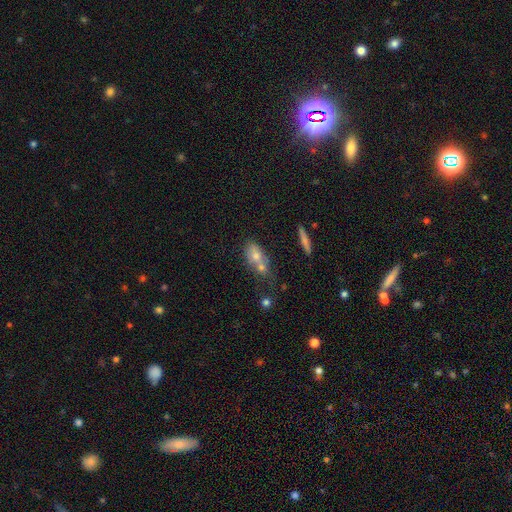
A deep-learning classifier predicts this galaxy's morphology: Overall: smooth (62%; featured or disk 25%). How rounded: in between (69%). Merging: merger (49%; none 33%).